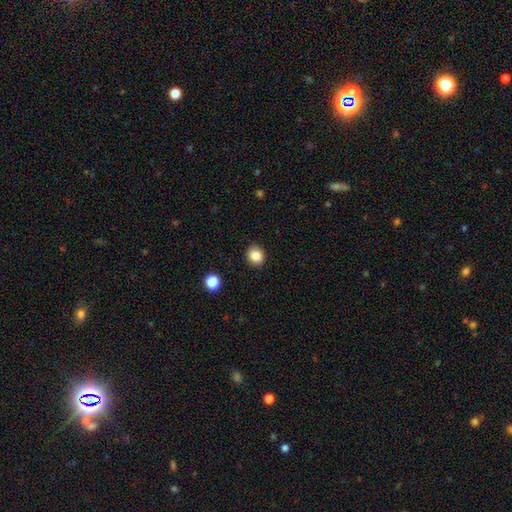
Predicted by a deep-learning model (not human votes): This appears to be a smooth galaxy with no disk features (85%) that is round (75%). Merging: none (90%).